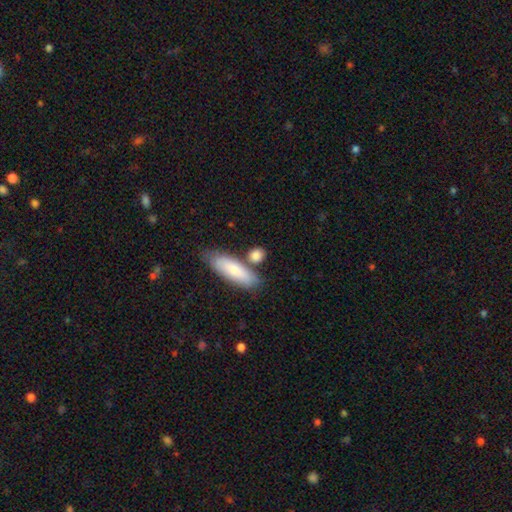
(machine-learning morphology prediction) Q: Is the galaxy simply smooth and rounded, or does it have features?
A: smooth — 83%.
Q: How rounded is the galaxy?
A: in between — 41%.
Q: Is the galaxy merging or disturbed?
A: none — 67%.